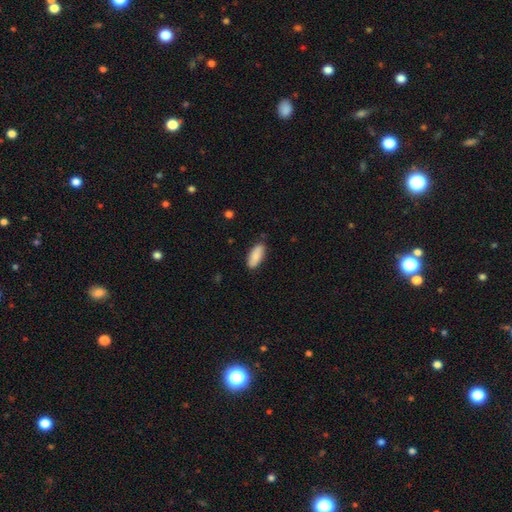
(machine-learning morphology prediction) Overall: smooth (87%). How rounded: in between (81%). Merging: none (84%).